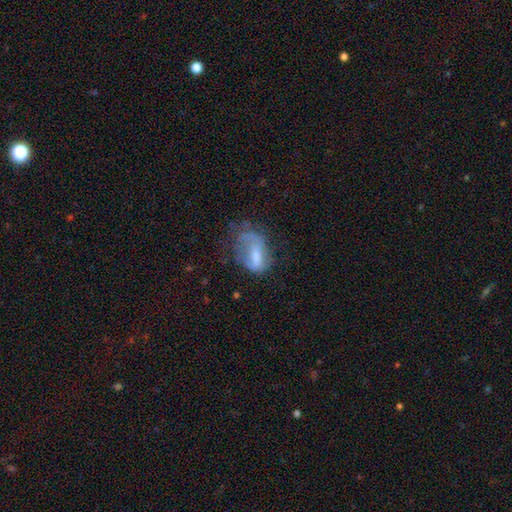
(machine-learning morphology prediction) Q: Smooth or featured?
A: smooth (46%); runner-up: featured or disk (43%)
Q: Merging?
A: major disturbance (40%); runner-up: none (30%)